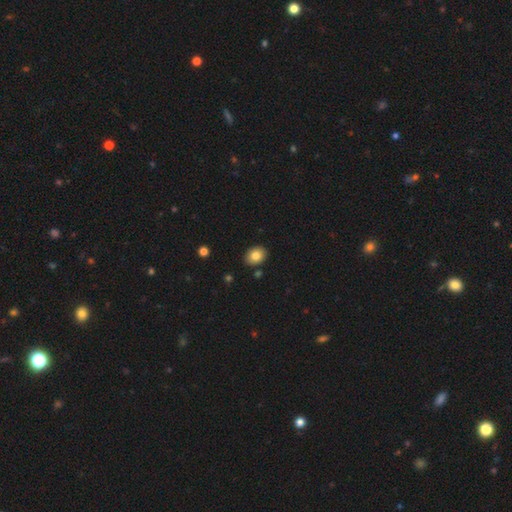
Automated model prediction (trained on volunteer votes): Overall: smooth (83%). How rounded: in between (69%; round 30%). Merging: none (88%).